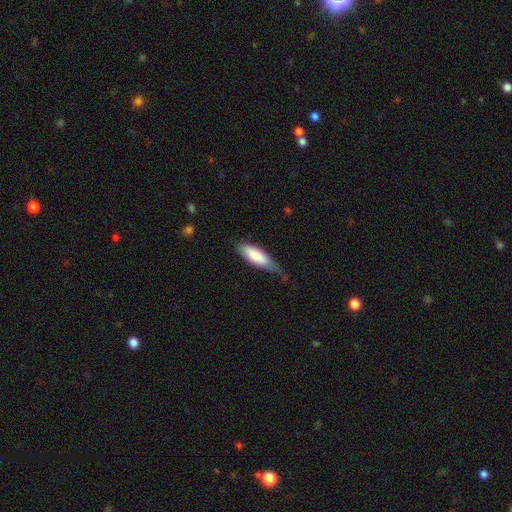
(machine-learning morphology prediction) Smooth or featured? Predicted: smooth (p=0.80). How rounded? Predicted: in between (p=0.61). Merging? Predicted: none (p=0.45).